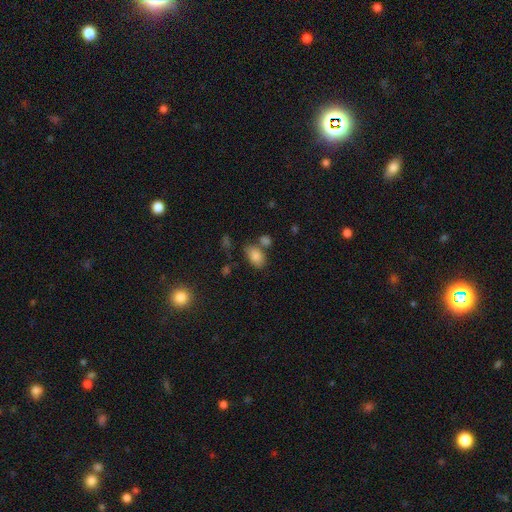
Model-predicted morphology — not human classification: A smooth galaxy with no disk features (83%) that is in between round and cigar-shaped (88%).

Vote fractions:
- Smooth or featured? smooth: 83% / star or artifact: 10% / featured or disk: 8%
- How rounded? in between: 88% / round: 10% / cigar-shaped: 2%
- Merging? none: 60% / merger: 19% / minor disturbance: 16% / major disturbance: 6%